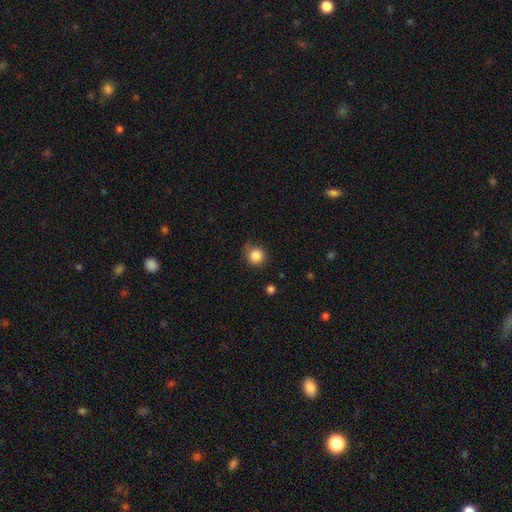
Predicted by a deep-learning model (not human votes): Smooth or featured? Predicted: smooth (p=0.84). How rounded? Predicted: round (p=0.92). Merging? Predicted: none (p=0.75).